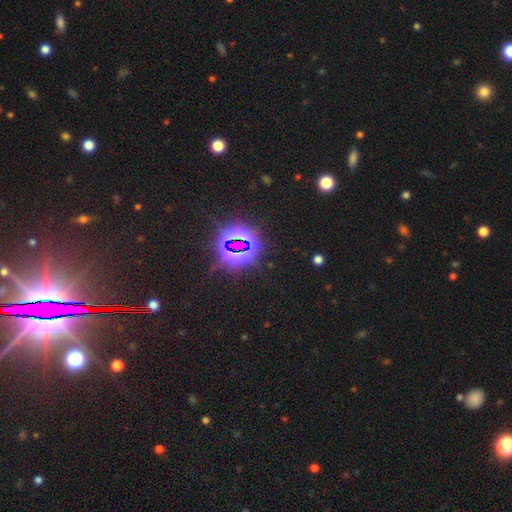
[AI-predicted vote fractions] This is clearly a star or artifact rather than a galaxy (81%).